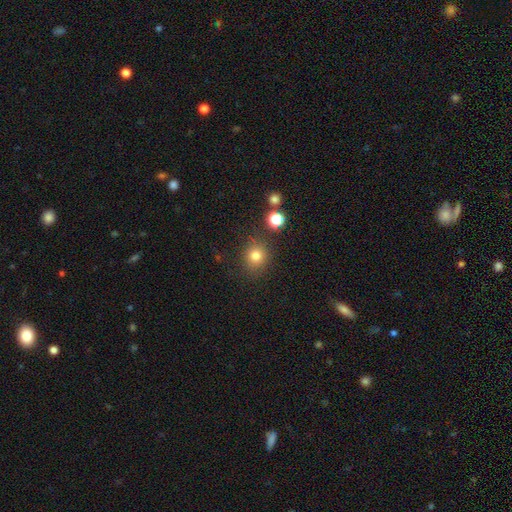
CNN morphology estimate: Smooth or featured? smooth (79%)
How rounded? round (82%)
Merging? none (82%)